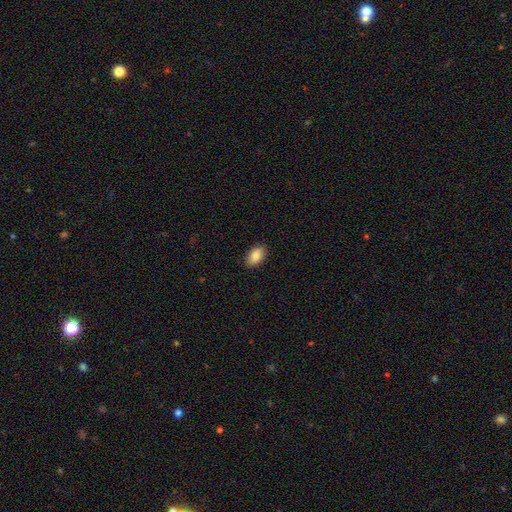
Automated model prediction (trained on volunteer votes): Morphology: type=smooth (85%); roundness=in between (92%); merging=none (89%).